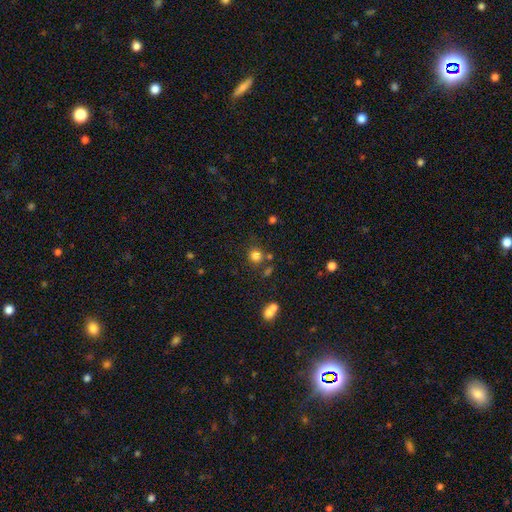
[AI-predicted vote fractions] smooth-or-featured: smooth: 80% | star or artifact: 14% | featured or disk: 6%
  how-rounded: round: 89% | in between: 10% | cigar-shaped: 1%
  merging: none: 74% | merger: 12% | minor disturbance: 10% | major disturbance: 4%